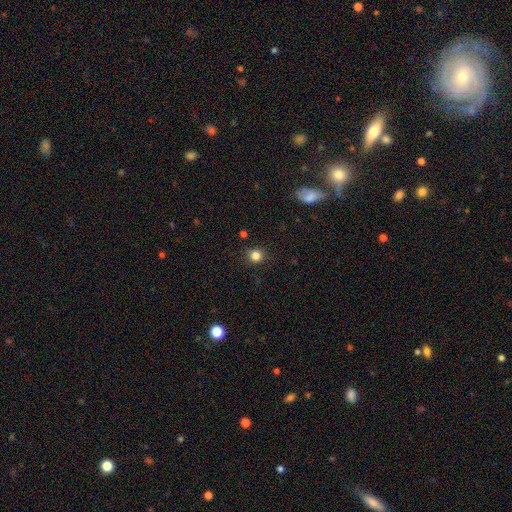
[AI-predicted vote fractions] Overall: smooth (83%). How rounded: round (89%). Merging: none (89%).